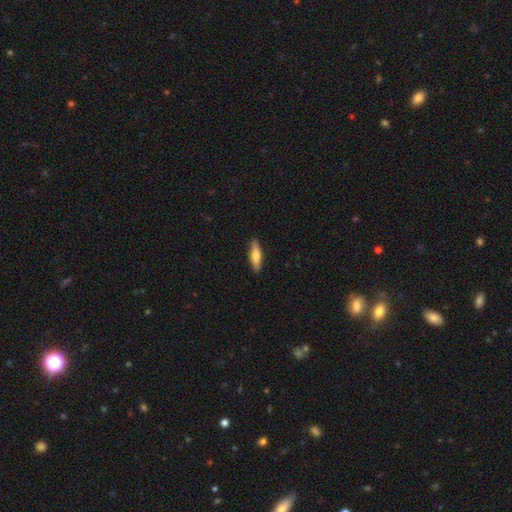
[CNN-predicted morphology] smooth-or-featured: smooth: 67% | featured or disk: 27% | star or artifact: 6%
  how-rounded: cigar-shaped: 66% | in between: 32% | round: 2%
  merging: none: 89% | minor disturbance: 9% | major disturbance: 2% | merger: 1%